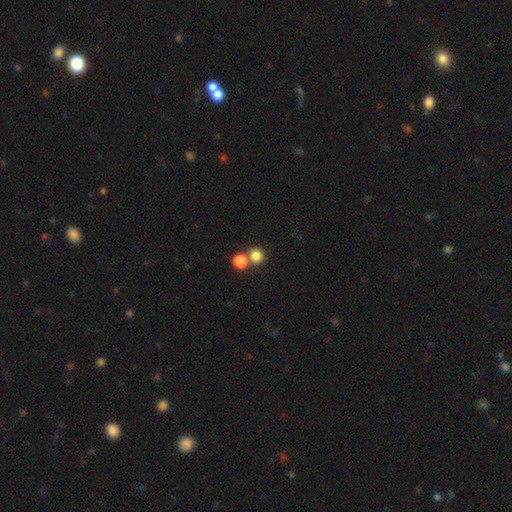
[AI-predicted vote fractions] This is clearly a smooth galaxy (82%). How rounded: clearly round (87%). Merging: possibly none (54%).